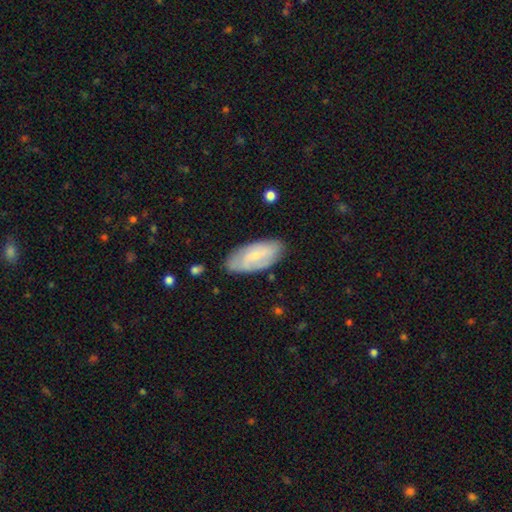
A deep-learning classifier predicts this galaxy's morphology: This appears to be a featured or disk galaxy (51%). Merging: none (77%).